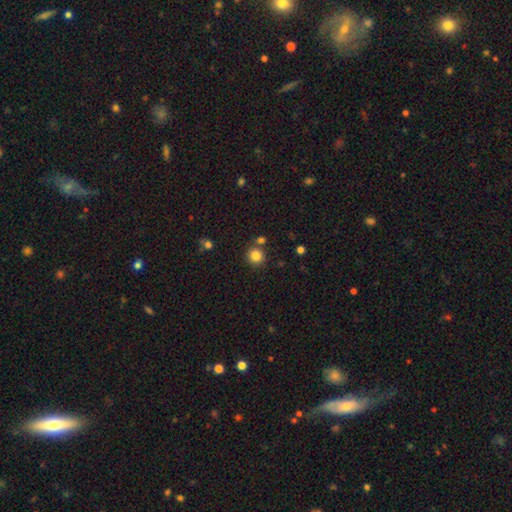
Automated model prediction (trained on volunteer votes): smooth 83%, star or artifact 12%, featured or disk 5%. Down the decision tree: how rounded — round (93%); merging — none (79%).